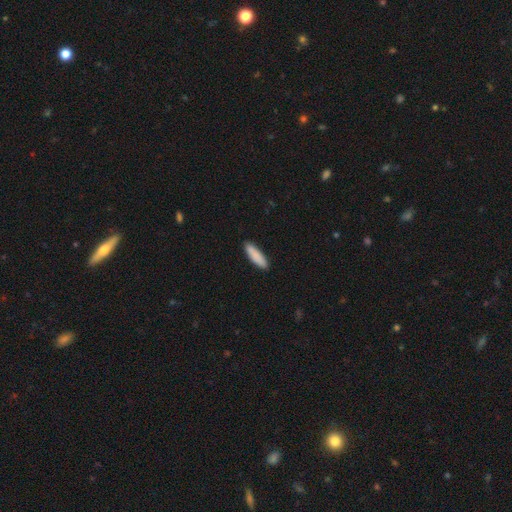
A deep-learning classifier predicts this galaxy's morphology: Q: Smooth or featured?
A: smooth (89%); runner-up: featured or disk (6%)
Q: How rounded?
A: cigar-shaped (65%); runner-up: in between (34%)
Q: Merging?
A: none (89%); runner-up: minor disturbance (8%)